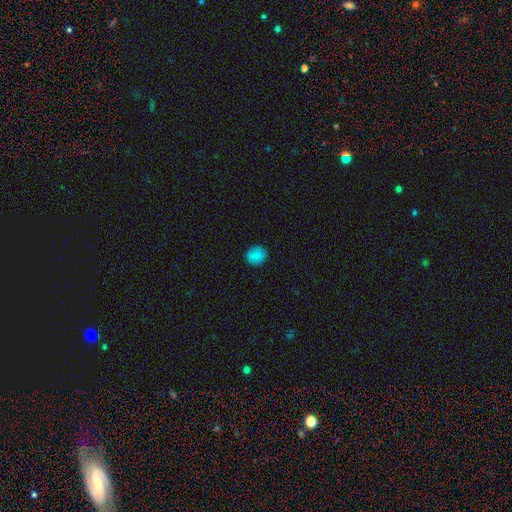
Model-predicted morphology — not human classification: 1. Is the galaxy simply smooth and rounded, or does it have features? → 85% smooth, 11% star or artifact, 4% featured or disk.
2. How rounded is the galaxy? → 82% round, 17% in between, 1% cigar-shaped.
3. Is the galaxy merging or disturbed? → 89% none, 8% minor disturbance, 2% major disturbance, 1% merger.